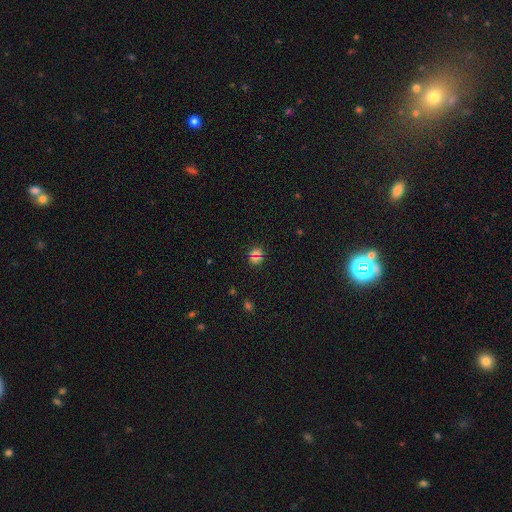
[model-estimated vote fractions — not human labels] This is possibly a smooth galaxy (56%). How rounded: clearly round (83%). Merging: clearly none (81%).